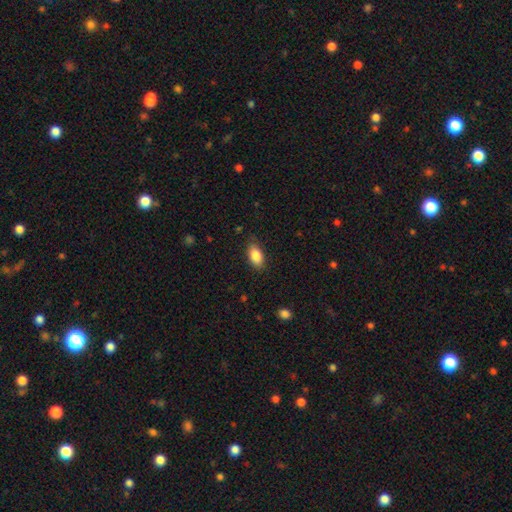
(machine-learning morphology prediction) This appears to be a smooth galaxy with no disk features (87%) that is in between round and cigar-shaped (92%). Merging: none (80%).